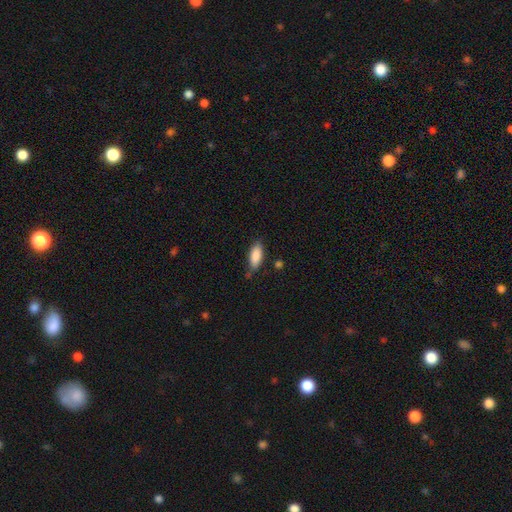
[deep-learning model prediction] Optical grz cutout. It shows a smooth galaxy with no disk features (87%) that is in between round and cigar-shaped (80%). Merging: none (73%).